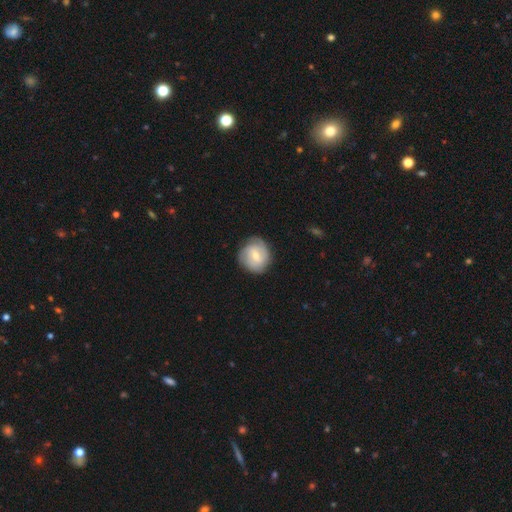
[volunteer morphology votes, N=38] Volunteers were most divided on "spiral arm count": can't tell: 33%, 1: 17%, 2: 17%, 3: 17%, 4: 17%, more than 4: 0%. More confident: edge-on disk — no (100%); spiral arms — yes (78%); bar — weak (70%); bulge size — moderate (61%); smooth or featured — featured or disk (61%); merging — none (58%); spiral winding — tight (56%).